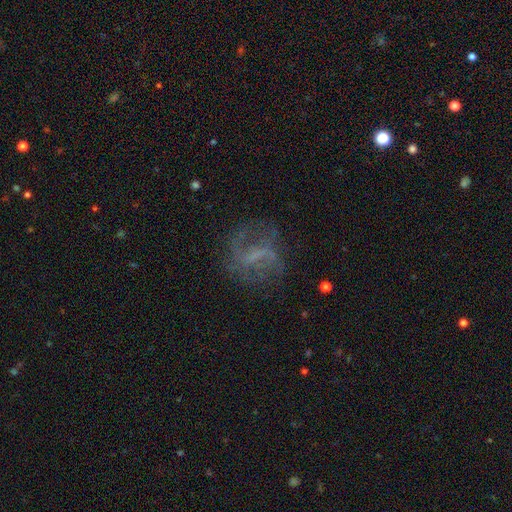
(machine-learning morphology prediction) This is likely a featured or disk galaxy (67%). It is clearly not viewed edge-on (96%). Bar: marginally weak (43%). Spiral arm pattern: likely yes (77%). Central bulge: possibly none (56%). Merging: likely none (66%).